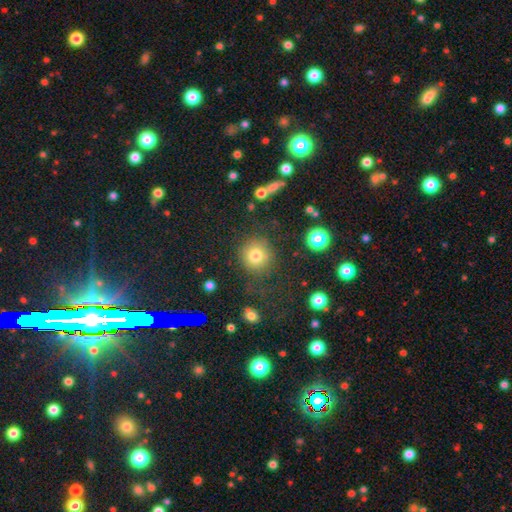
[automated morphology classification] smooth_or_featured: smooth (p=0.77) [alt: star or artifact p=0.13]
how_rounded: round (p=0.89) [alt: in between p=0.10]
merging: none (p=0.77) [alt: minor disturbance p=0.12]